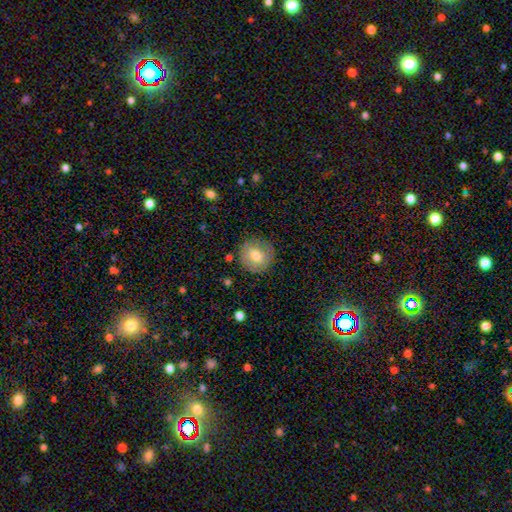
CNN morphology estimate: Q: Smooth or featured?
A: smooth (71%); runner-up: featured or disk (21%)
Q: How rounded?
A: round (92%); runner-up: in between (7%)
Q: Merging?
A: none (84%); runner-up: minor disturbance (11%)